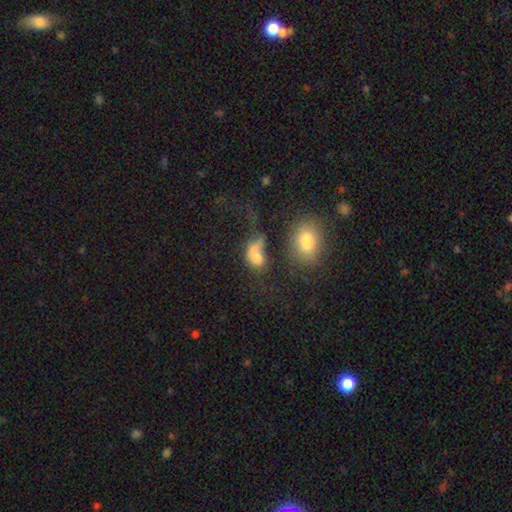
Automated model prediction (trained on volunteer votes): smooth 65%, featured or disk 21%, star or artifact 14%. Down the decision tree: how rounded — in between (66%); merging — merger (44%).